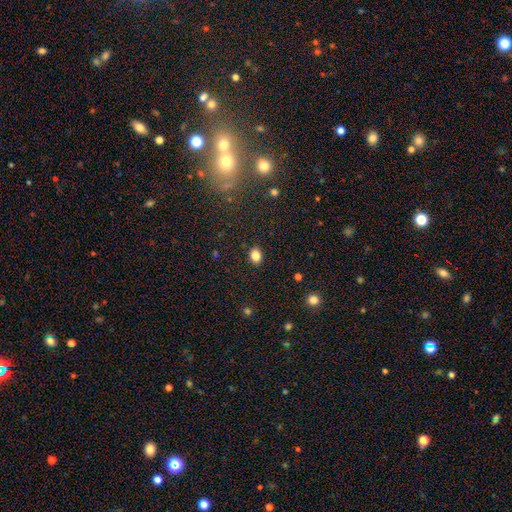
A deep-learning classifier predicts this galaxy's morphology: This is clearly a smooth galaxy (84%). How rounded: possibly in between (57%). Merging: clearly none (89%).